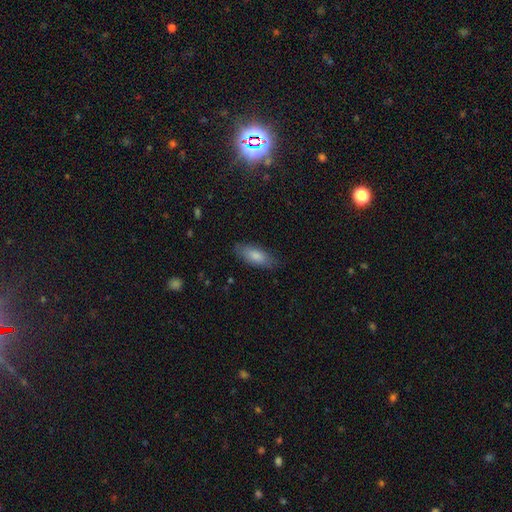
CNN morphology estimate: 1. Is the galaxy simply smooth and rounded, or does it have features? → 83% smooth, 12% featured or disk, 6% star or artifact.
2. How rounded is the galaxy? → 78% in between, 20% cigar-shaped, 2% round.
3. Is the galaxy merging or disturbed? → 81% none, 14% minor disturbance, 3% major disturbance, 1% merger.